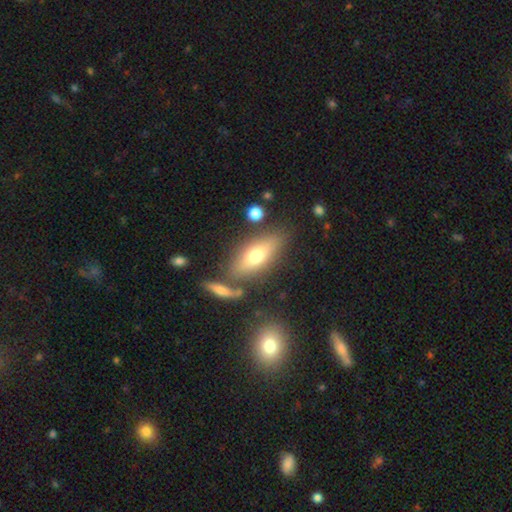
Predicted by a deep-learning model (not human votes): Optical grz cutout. It shows a smooth galaxy with no disk features (63%) that is in between round and cigar-shaped (69%). Merging: none (72%).